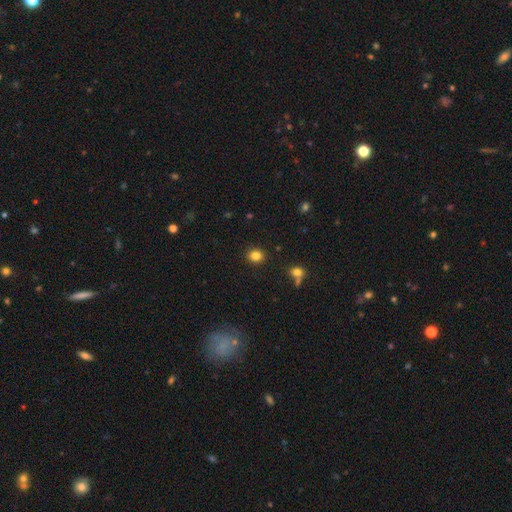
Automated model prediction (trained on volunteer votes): smooth_or_featured: smooth (p=0.83) [alt: star or artifact p=0.12]
how_rounded: round (p=0.78) [alt: in between p=0.21]
merging: none (p=0.90) [alt: minor disturbance p=0.06]